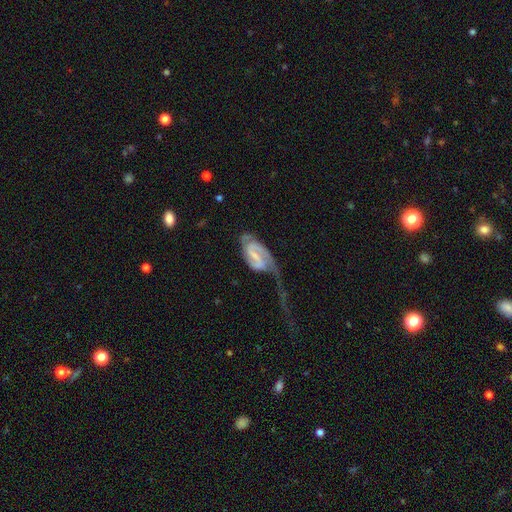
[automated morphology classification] Smooth or featured: featured or disk — 82% (smooth — 12%)
Edge-on disk: no — 97% (yes — 3%)
Bar: weak — 46% (strong — 38%)
Spiral arms: yes — 93% (no — 7%)
Spiral winding: medium — 37% (tied with loose — 37%)
Spiral arm count: 2 — 73% (1 — 15%)
Bulge size: small — 56% (moderate — 22%)
Merging: major disturbance — 56% (none — 19%)